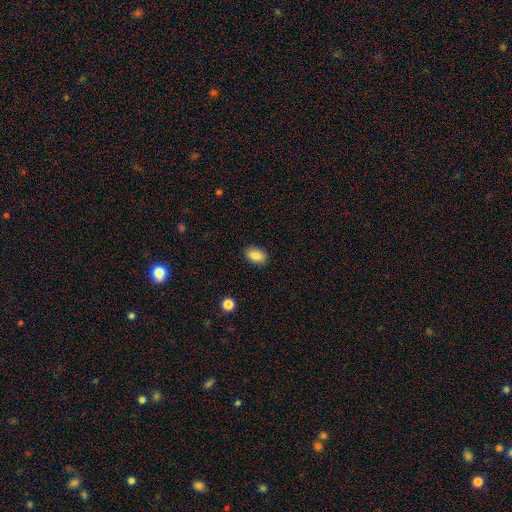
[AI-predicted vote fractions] This is clearly a smooth galaxy (85%). How rounded: clearly in between (88%). Merging: clearly none (88%).